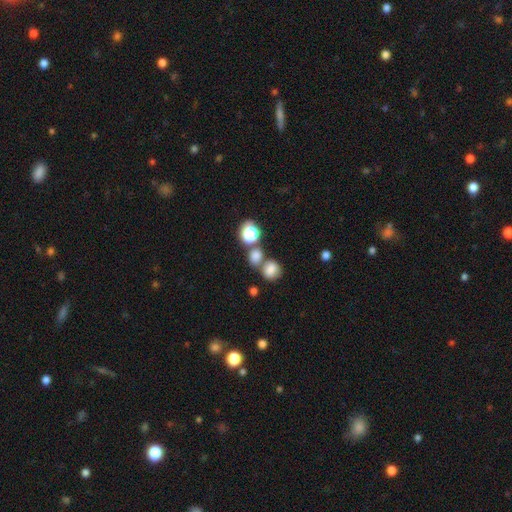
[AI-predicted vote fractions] smooth 74%, star or artifact 18%, featured or disk 8%. Down the decision tree: how rounded — round (66%); merging — none (48%).